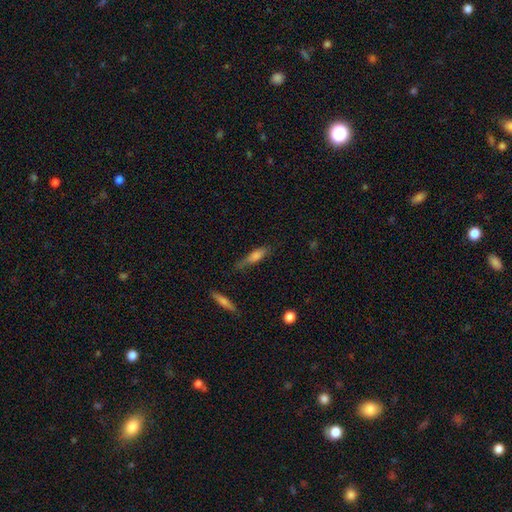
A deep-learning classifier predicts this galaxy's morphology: This appears to be a smooth galaxy with no disk features (70%) that is cigar-shaped (63%). Merging: none (60%).